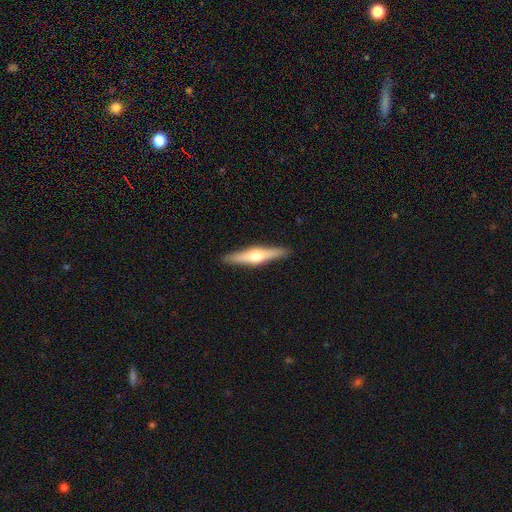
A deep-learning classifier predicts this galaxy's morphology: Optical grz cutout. It shows a featured or disk galaxy (62%) viewed edge-on (97%) with a rounded central bulge (92%). Merging: none (91%).